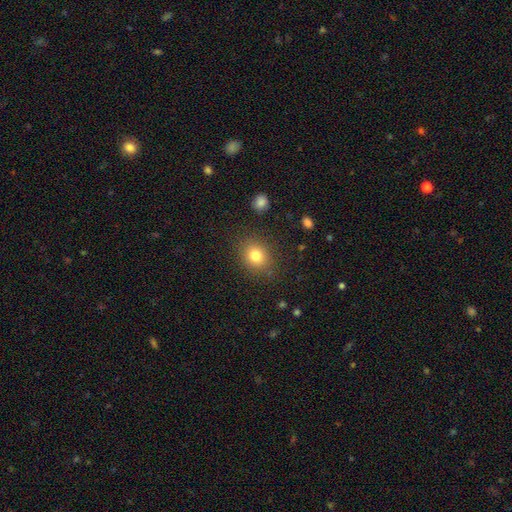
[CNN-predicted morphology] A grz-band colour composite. It shows a smooth galaxy with no disk features (80%) that is round (67%). Merging: none (85%).